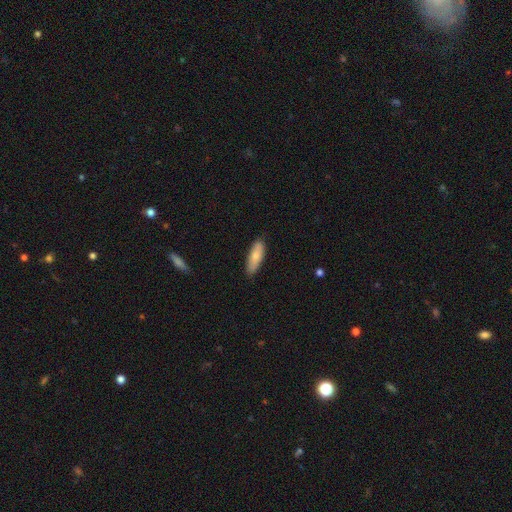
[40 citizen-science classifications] A smooth galaxy with no disk features (88%) that is cigar-shaped (57%).

Vote fractions:
- Smooth or featured? smooth: 88% / featured or disk: 10% / star or artifact: 2%
- How rounded? cigar-shaped: 57% / in between: 40% / round: 3%
- Merging? none: 74% / minor disturbance: 18% / merger: 5% / major disturbance: 3%